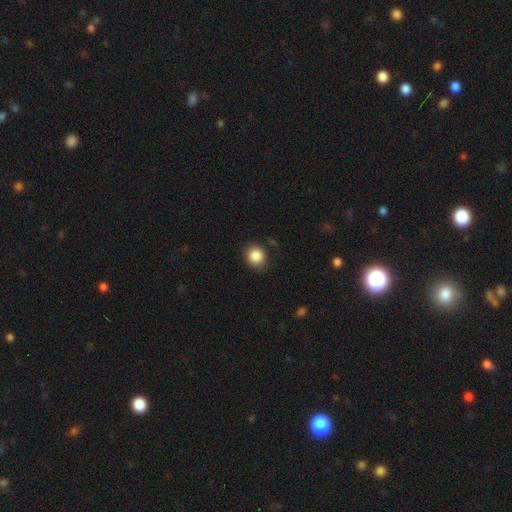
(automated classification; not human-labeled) Q: Smooth or featured?
A: smooth (87%); runner-up: star or artifact (9%)
Q: How rounded?
A: round (81%); runner-up: in between (18%)
Q: Merging?
A: none (84%); runner-up: minor disturbance (12%)